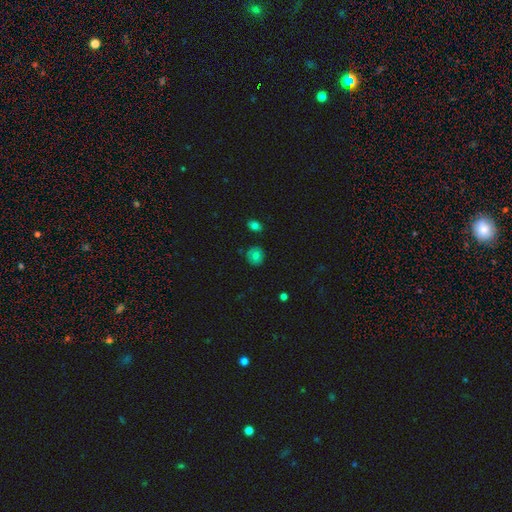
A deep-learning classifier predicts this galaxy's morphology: Overall: smooth (68%). How rounded: round (85%). Merging: none (83%).